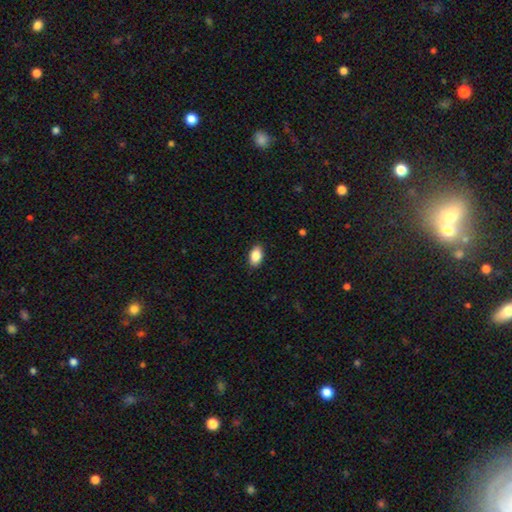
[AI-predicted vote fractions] This is clearly a smooth galaxy (87%). How rounded: clearly in between (91%). Merging: clearly none (89%).